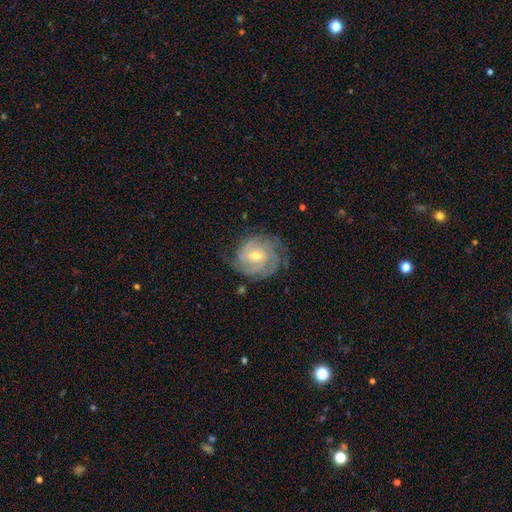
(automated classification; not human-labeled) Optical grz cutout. It shows a featured or disk galaxy (81%) with a weak bar (47%), tight (63%) spiral arms (94%) and a moderate central bulge (51%). Merging: none (69%).